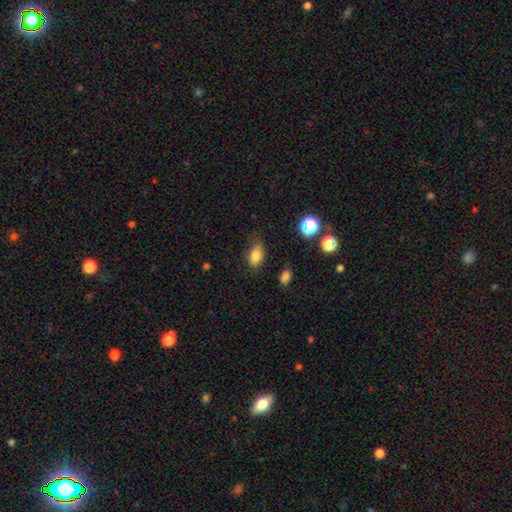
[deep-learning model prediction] A smooth galaxy with no disk features (82%) that is in between round and cigar-shaped (88%). Merging: none (70%).